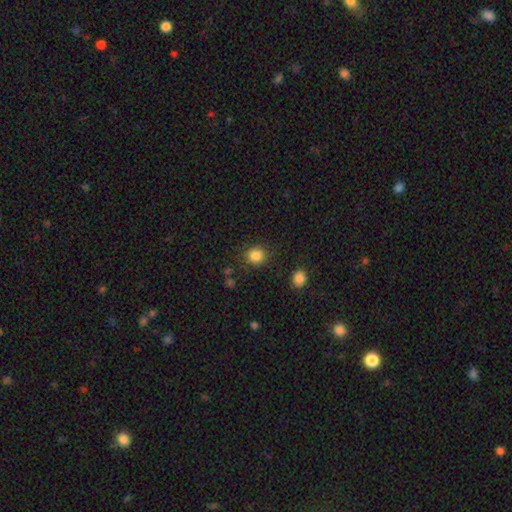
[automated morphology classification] Smooth or featured? Predicted: smooth (p=0.85). How rounded? Predicted: round (p=0.87). Merging? Predicted: none (p=0.84).